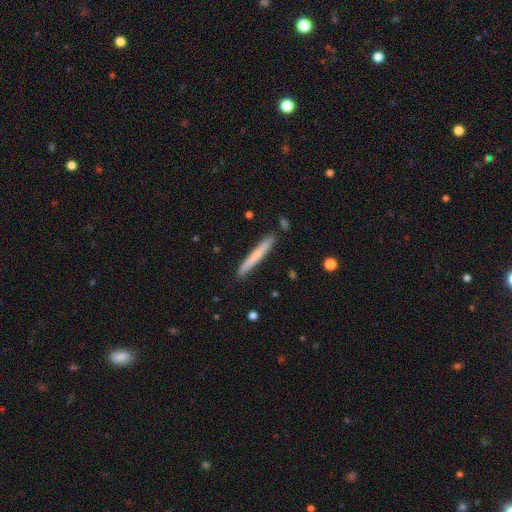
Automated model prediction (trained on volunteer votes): The model was most divided on "smooth or featured": smooth: 62%, featured or disk: 33%, star or artifact: 5%. More confident: how rounded — cigar-shaped (96%); merging — none (89%).